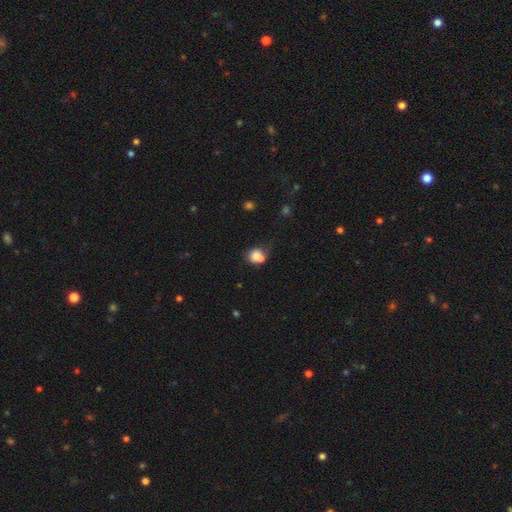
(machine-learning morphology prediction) smooth-or-featured: smooth: 75% | featured or disk: 14% | star or artifact: 10%
  how-rounded: round: 60% | in between: 39% | cigar-shaped: 1%
  merging: merger: 43% | none: 33% | minor disturbance: 16% | major disturbance: 8%